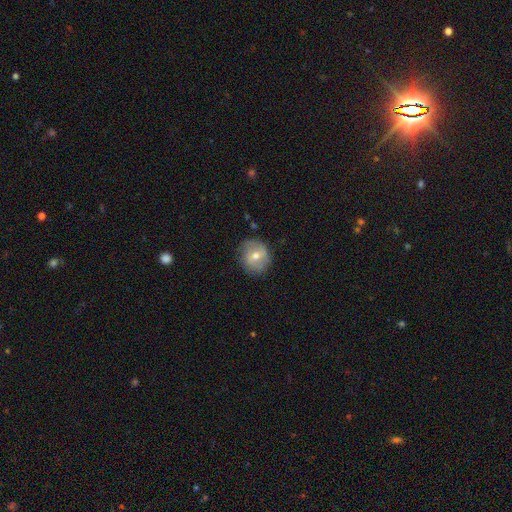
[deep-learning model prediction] A smooth galaxy with no disk features (54%) that is round (83%). Merging: none (76%).